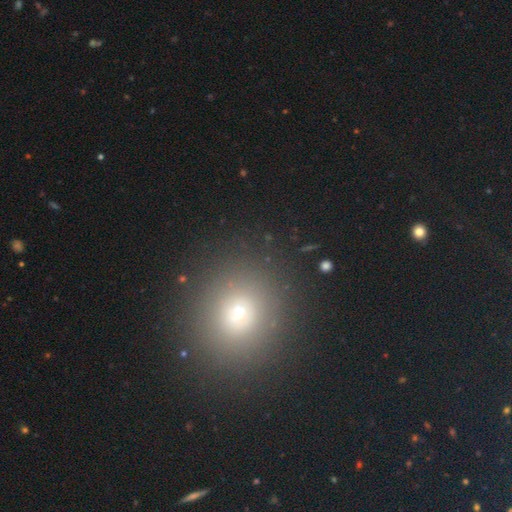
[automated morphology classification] A smooth galaxy with no disk features (64%) that is round (81%).

Vote fractions:
- Smooth or featured? smooth: 64% / star or artifact: 29% / featured or disk: 7%
- How rounded? round: 81% / in between: 17% / cigar-shaped: 1%
- Merging? none: 91% / minor disturbance: 5% / major disturbance: 2% / merger: 1%